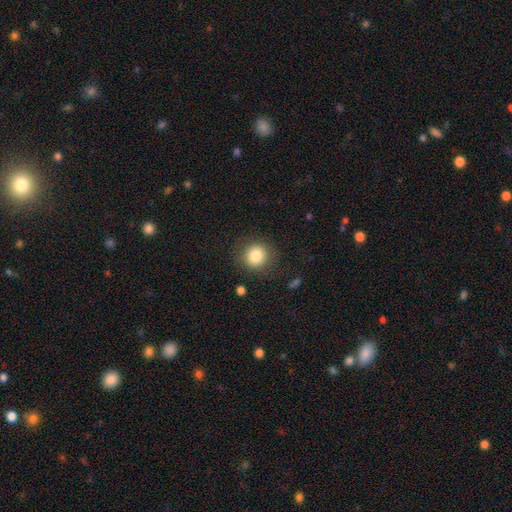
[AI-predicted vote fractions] This appears to be a smooth galaxy with no disk features (82%) that is round (90%). Merging: none (86%).